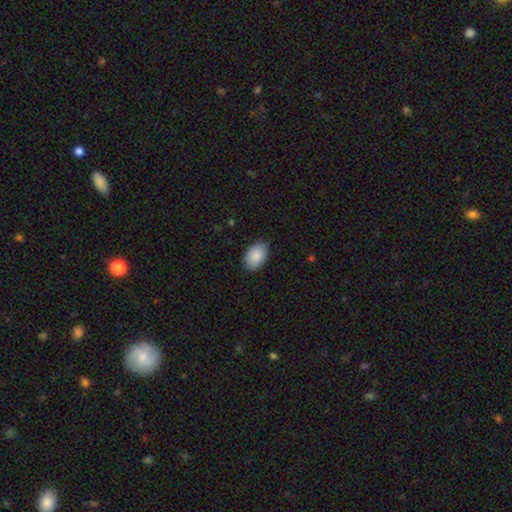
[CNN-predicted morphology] Q: Smooth or featured?
A: smooth (89%); runner-up: star or artifact (6%)
Q: How rounded?
A: in between (88%); runner-up: round (11%)
Q: Merging?
A: none (85%); runner-up: minor disturbance (12%)